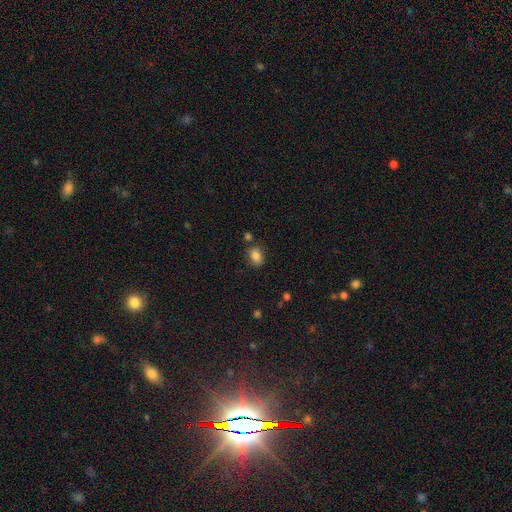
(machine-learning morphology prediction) Smooth or featured? smooth (84%)
How rounded? in between (79%)
Merging? none (72%)